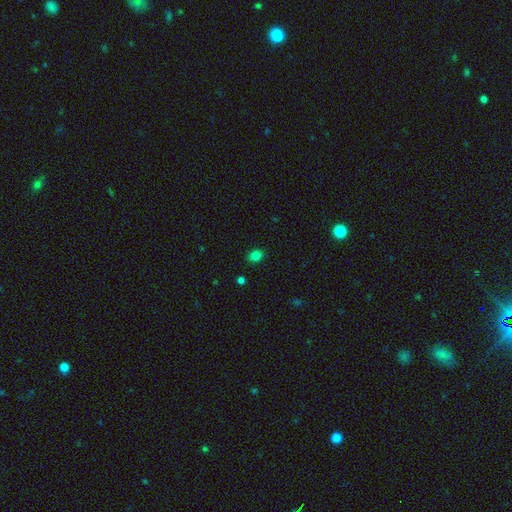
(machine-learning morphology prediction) smooth 82%, star or artifact 14%, featured or disk 5%. Down the decision tree: how rounded — round (51%); merging — none (88%).